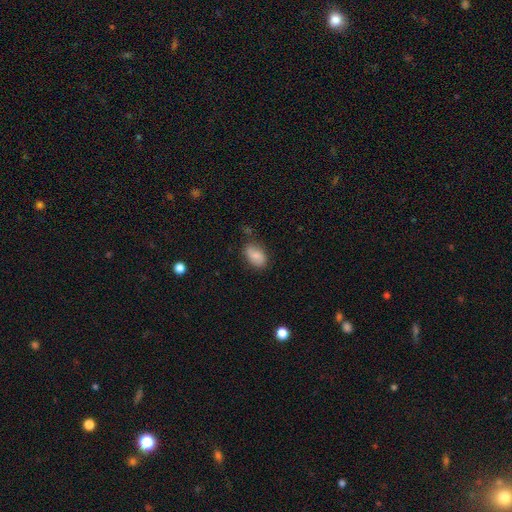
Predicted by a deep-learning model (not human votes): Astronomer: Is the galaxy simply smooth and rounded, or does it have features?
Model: smooth — 76%.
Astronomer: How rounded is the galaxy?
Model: in between — 89%.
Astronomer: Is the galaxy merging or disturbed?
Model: none — 68%.